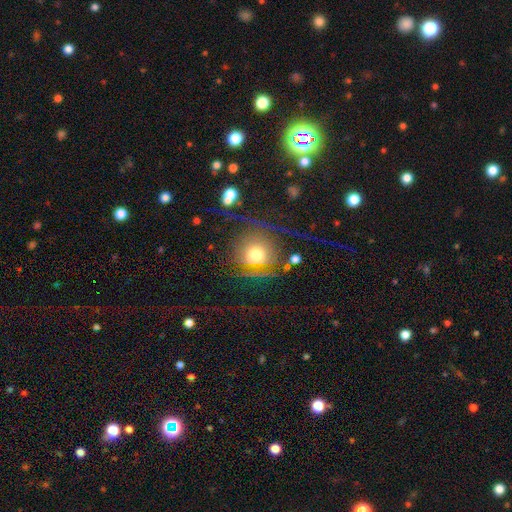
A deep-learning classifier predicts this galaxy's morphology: Smooth or featured? smooth (48%)
Merging? none (52%)